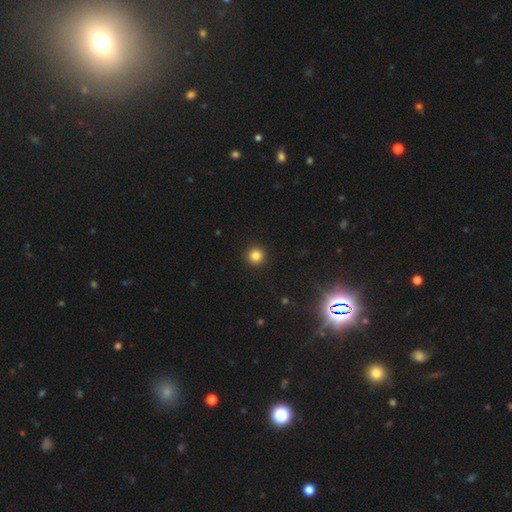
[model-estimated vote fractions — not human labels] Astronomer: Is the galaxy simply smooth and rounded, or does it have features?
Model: smooth — 82%.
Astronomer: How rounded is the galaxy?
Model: round — 96%.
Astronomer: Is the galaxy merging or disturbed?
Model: none — 93%.